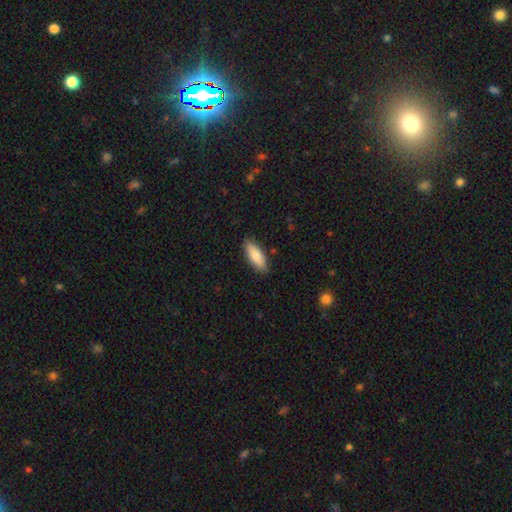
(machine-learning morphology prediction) Overall: smooth (79%). How rounded: in between (66%; cigar-shaped 32%). Merging: none (87%).